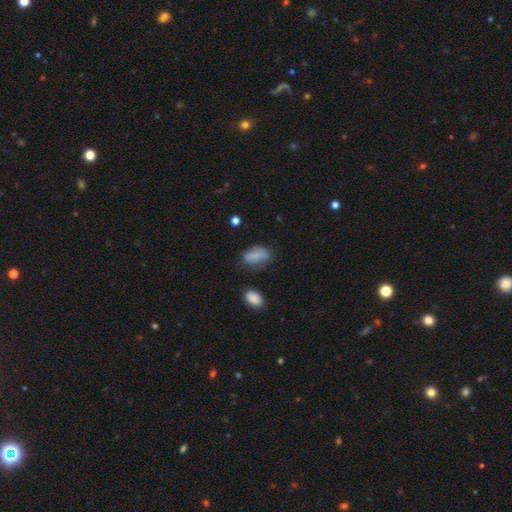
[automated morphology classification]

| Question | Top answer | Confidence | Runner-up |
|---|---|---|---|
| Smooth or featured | smooth | 77% | featured or disk (13%) |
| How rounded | in between | 88% | cigar-shaped (6%) |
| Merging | none | 55% | minor disturbance (29%) |